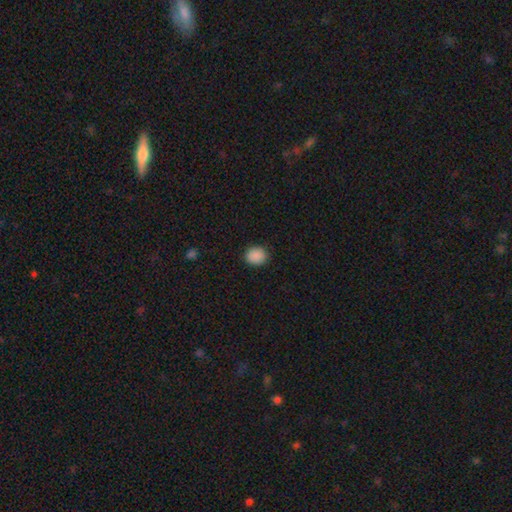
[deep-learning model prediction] smooth_or_featured: smooth (p=0.89) [alt: star or artifact p=0.09]
how_rounded: round (p=0.69) [alt: in between p=0.30]
merging: none (p=0.89) [alt: minor disturbance p=0.08]